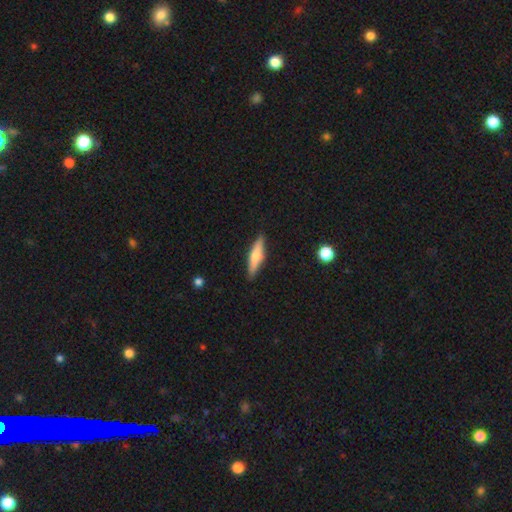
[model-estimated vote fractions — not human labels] Smooth or featured?
  - smooth: 60% *
  - featured or disk: 33%
  - star or artifact: 6%
How rounded?
  - cigar-shaped: 79% *
  - in between: 19%
  - round: 2%
Merging?
  - none: 87% *
  - minor disturbance: 9%
  - major disturbance: 2%
  - merger: 1%